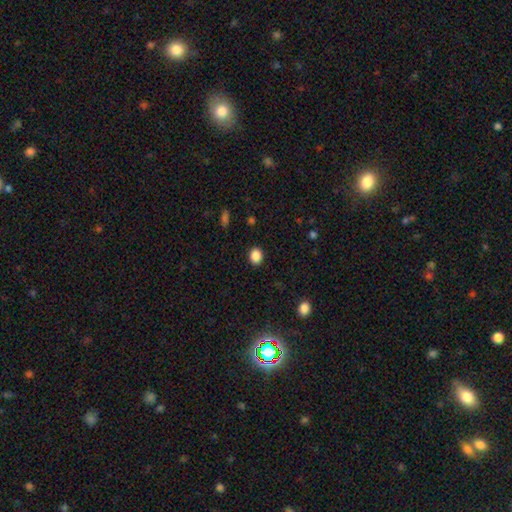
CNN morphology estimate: The model was most divided on "how rounded": round: 61%, in between: 38%, cigar-shaped: 1%. More confident: merging — none (90%); smooth or featured — smooth (87%).